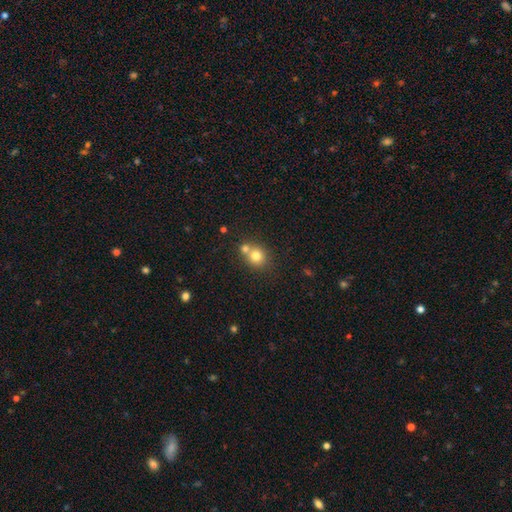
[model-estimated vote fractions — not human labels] Overall: smooth (77%). How rounded: round (81%). Merging: merger (46%; none 44%).